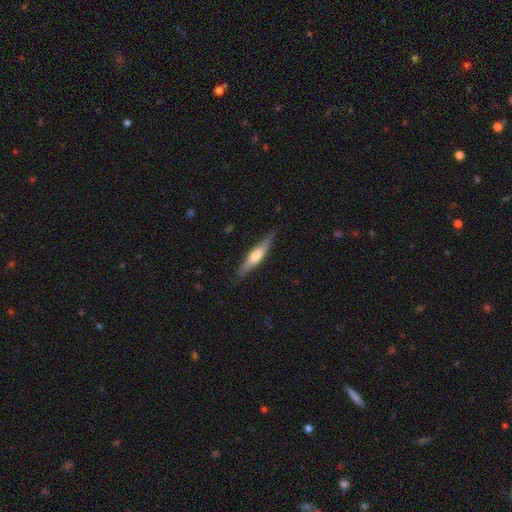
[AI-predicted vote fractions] smooth-or-featured: featured or disk: 53% | smooth: 41% | star or artifact: 5%
  disk-edge-on: yes: 94% | no: 6%
    edge-on-bulge: rounded: 85% | boxy: 8% | none: 7%
  merging: none: 86% | minor disturbance: 11% | major disturbance: 2% | merger: 1%